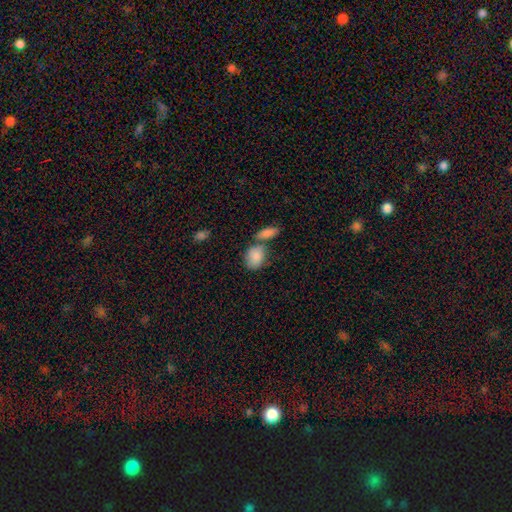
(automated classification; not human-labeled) This appears to be a smooth galaxy with no disk features (86%) that is in between round and cigar-shaped (74%). Merging: none (43%).